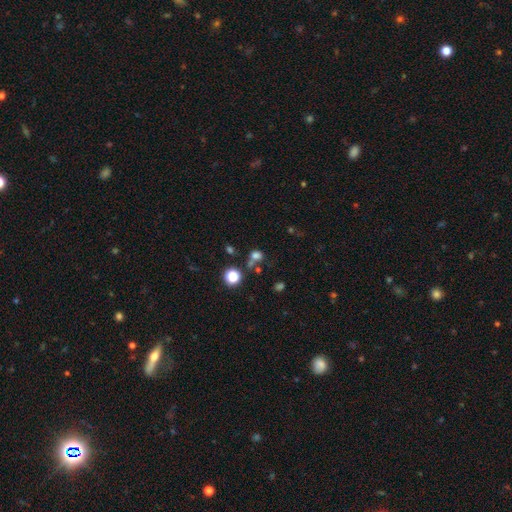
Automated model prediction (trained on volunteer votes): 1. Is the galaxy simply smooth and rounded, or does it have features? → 67% smooth, 24% star or artifact, 9% featured or disk.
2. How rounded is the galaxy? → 71% round, 28% in between, 2% cigar-shaped.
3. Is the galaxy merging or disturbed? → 52% none, 25% merger, 14% minor disturbance, 9% major disturbance.